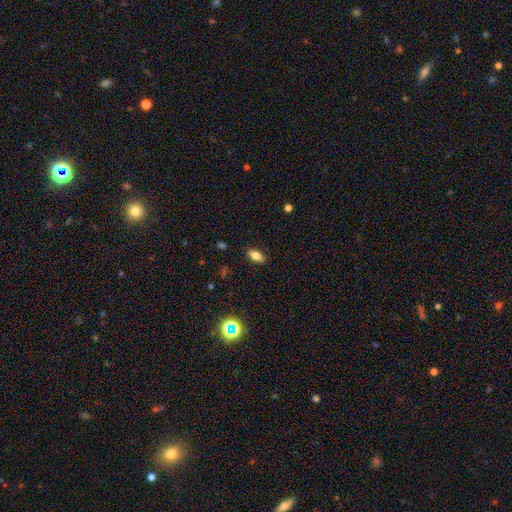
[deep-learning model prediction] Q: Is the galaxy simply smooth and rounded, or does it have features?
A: smooth — 76%.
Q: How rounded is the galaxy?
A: in between — 85%.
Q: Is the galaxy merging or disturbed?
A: none — 89%.